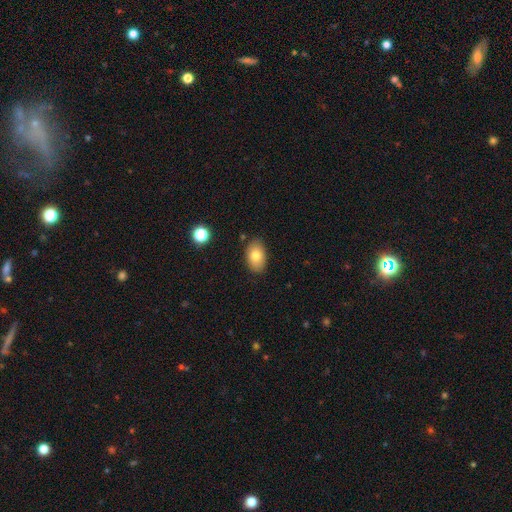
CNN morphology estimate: smooth 79%, featured or disk 13%, star or artifact 8%. Down the decision tree: how rounded — in between (89%); merging — none (85%).